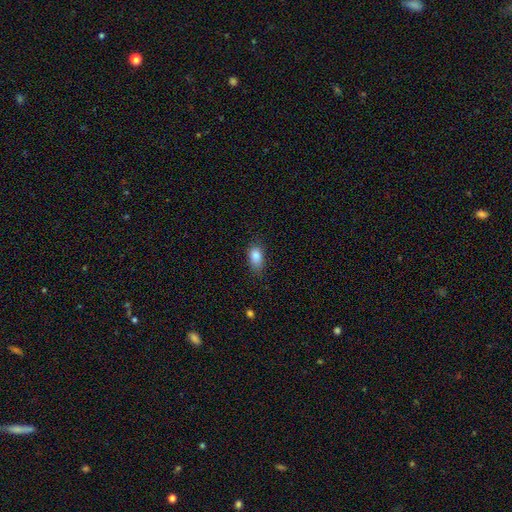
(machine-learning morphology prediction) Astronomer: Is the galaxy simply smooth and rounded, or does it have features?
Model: smooth — 85%.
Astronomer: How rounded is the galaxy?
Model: in between — 87%.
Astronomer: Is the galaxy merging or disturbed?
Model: none — 73%.